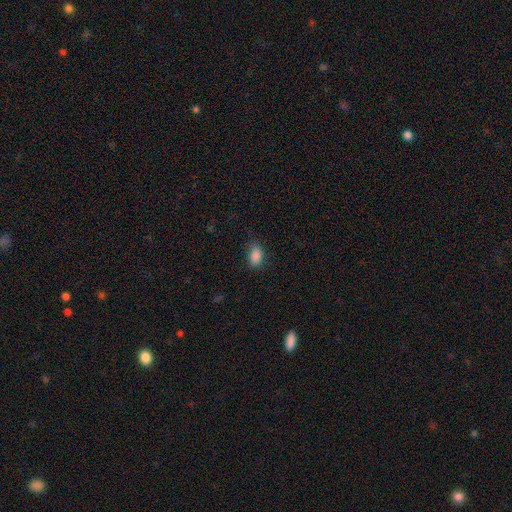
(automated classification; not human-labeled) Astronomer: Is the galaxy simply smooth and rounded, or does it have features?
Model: smooth — 85%.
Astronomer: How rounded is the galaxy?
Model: in between — 86%.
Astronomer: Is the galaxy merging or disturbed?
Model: none — 69%.